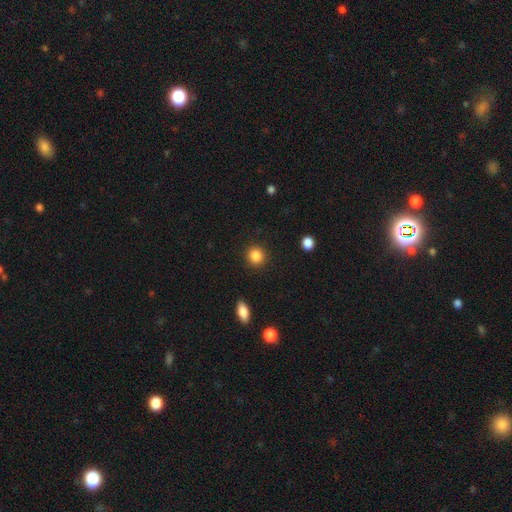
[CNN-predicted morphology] smooth 87%, star or artifact 9%, featured or disk 4%. Down the decision tree: how rounded — round (89%); merging — none (91%).